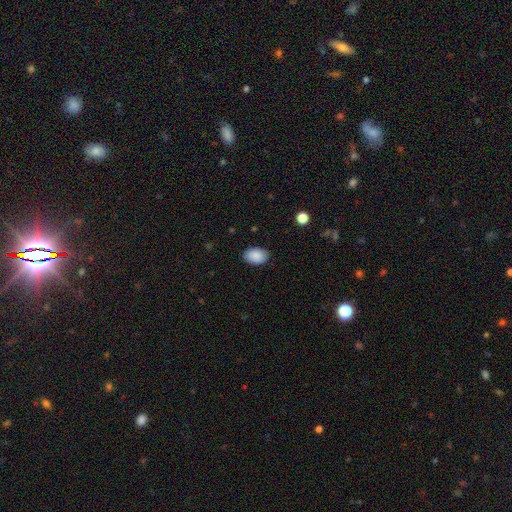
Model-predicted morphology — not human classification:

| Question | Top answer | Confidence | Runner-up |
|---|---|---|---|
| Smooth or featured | smooth | 89% | star or artifact (7%) |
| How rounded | in between | 88% | round (11%) |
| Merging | none | 87% | minor disturbance (10%) |